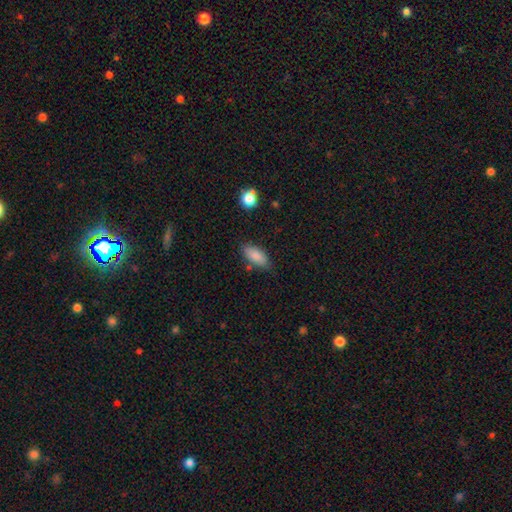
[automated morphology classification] Smooth or featured? smooth (85%)
How rounded? in between (86%)
Merging? none (76%)